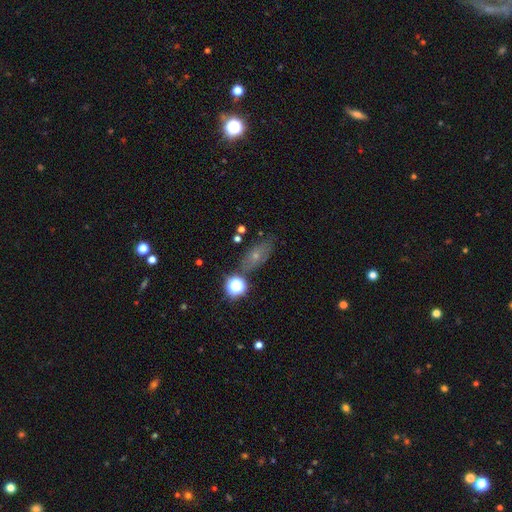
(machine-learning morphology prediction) A smooth galaxy with no disk features (48%). Merging: none (70%).